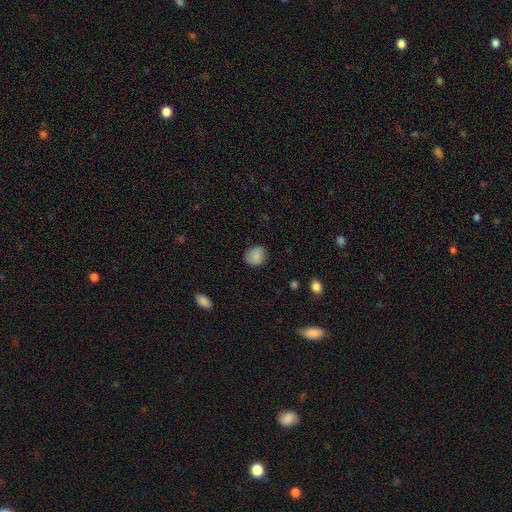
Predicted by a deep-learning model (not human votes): A smooth galaxy with no disk features (86%) that is round (73%). Merging: none (84%).